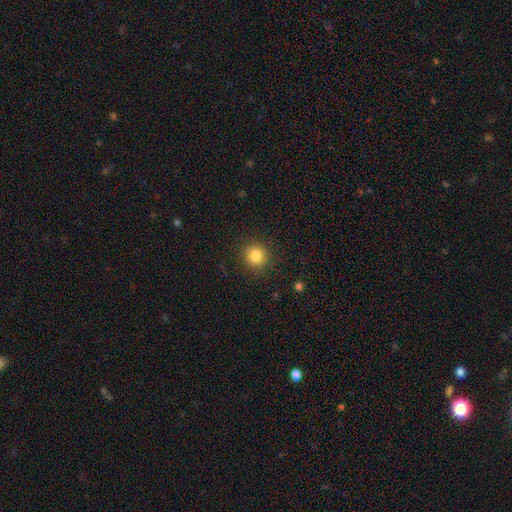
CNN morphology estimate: Smooth or featured? smooth (84%)
How rounded? round (90%)
Merging? none (90%)